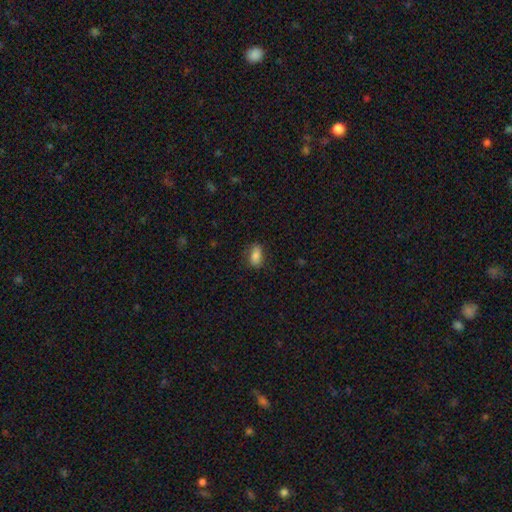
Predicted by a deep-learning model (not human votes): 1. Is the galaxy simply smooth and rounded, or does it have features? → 82% smooth, 9% featured or disk, 8% star or artifact.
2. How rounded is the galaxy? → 88% in between, 7% round, 5% cigar-shaped.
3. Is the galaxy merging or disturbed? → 77% none, 18% minor disturbance, 4% major disturbance, 1% merger.